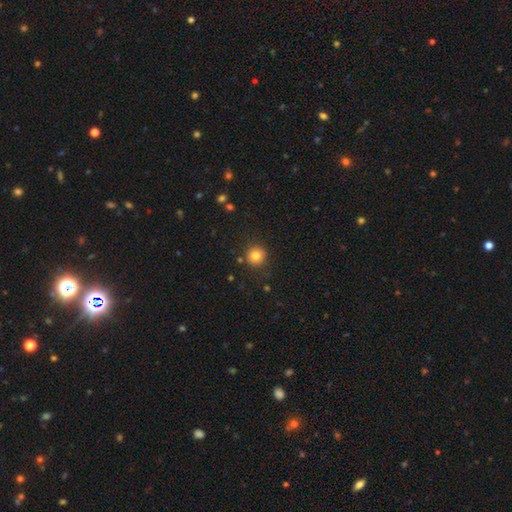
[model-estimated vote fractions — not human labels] This appears to be a smooth galaxy with no disk features (81%) that is round (93%). Merging: none (87%).